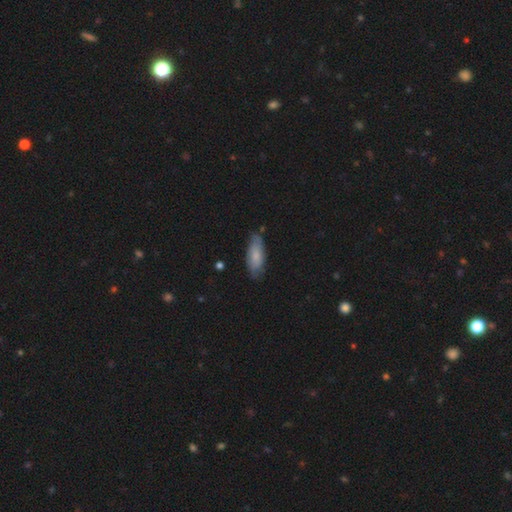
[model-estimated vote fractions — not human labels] The model was most divided on "how rounded": in between: 72%, cigar-shaped: 26%, round: 2%. More confident: smooth or featured — smooth (73%); merging — none (73%).